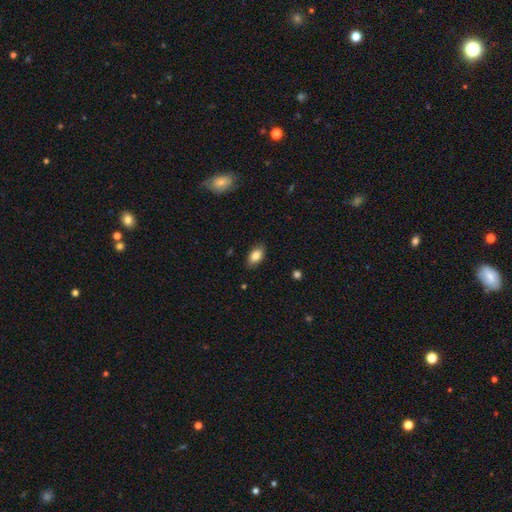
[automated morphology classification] Smooth or featured?
  - smooth: 85% *
  - featured or disk: 8%
  - star or artifact: 7%
How rounded?
  - in between: 91% *
  - round: 6%
  - cigar-shaped: 3%
Merging?
  - none: 85% *
  - minor disturbance: 12%
  - major disturbance: 2%
  - merger: 1%